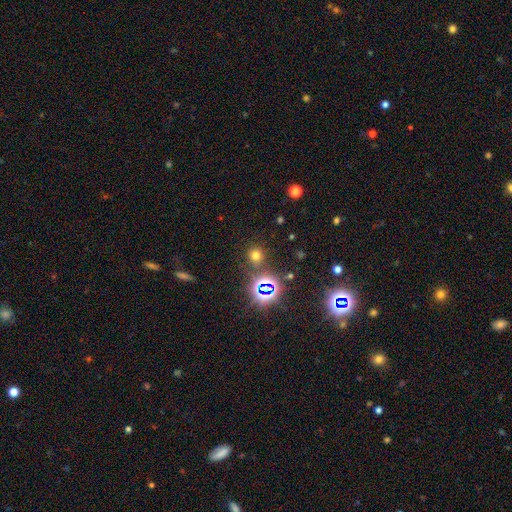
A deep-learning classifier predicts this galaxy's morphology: This appears to be a smooth galaxy with no disk features (59%) that is round (89%). Merging: none (83%).